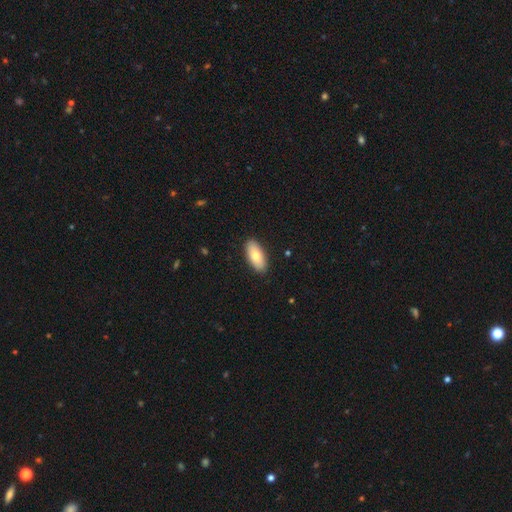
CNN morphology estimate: This appears to be a smooth galaxy with no disk features (78%) that is in between round and cigar-shaped (89%). Merging: none (89%).